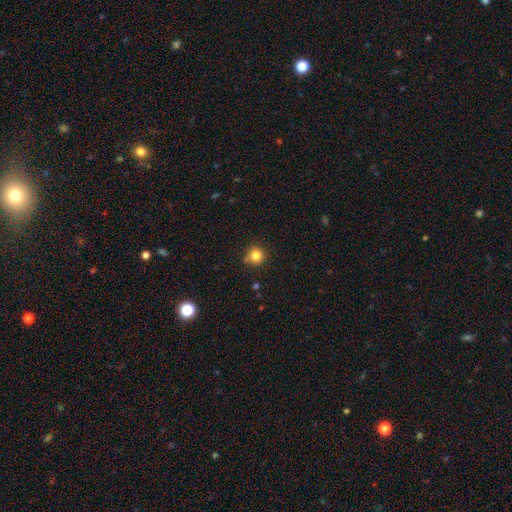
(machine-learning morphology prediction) Smooth or featured?
  - smooth: 82% *
  - star or artifact: 12%
  - featured or disk: 6%
How rounded?
  - round: 93% *
  - in between: 6%
  - cigar-shaped: 1%
Merging?
  - none: 78% *
  - minor disturbance: 14%
  - merger: 5%
  - major disturbance: 3%